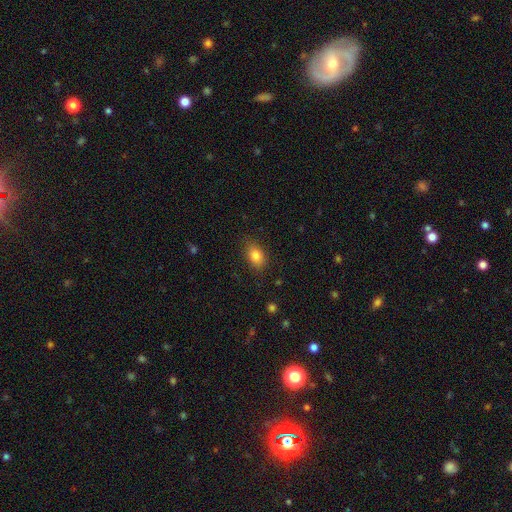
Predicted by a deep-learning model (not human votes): smooth 83%, star or artifact 9%, featured or disk 8%. Down the decision tree: how rounded — in between (82%); merging — none (83%).